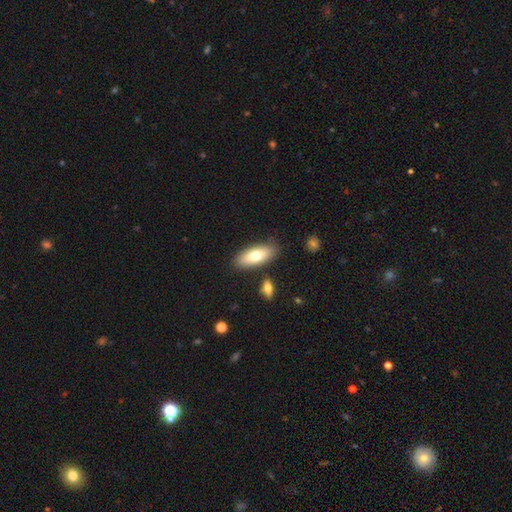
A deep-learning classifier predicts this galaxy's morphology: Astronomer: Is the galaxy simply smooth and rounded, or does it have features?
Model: smooth — 71%.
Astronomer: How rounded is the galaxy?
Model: in between — 77%.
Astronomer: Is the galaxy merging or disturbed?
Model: none — 83%.